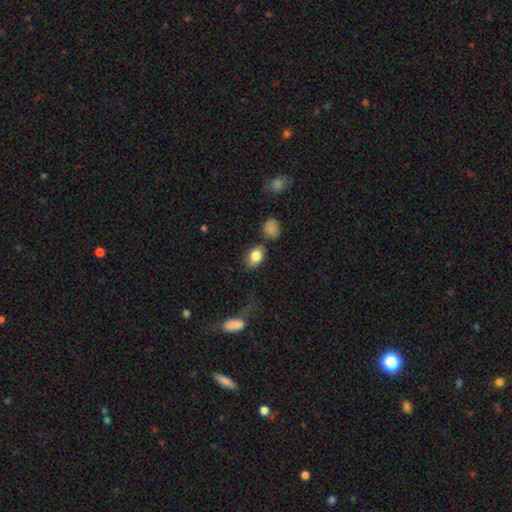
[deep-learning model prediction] smooth_or_featured: smooth (p=0.82) [alt: featured or disk p=0.10]
how_rounded: in between (p=0.83) [alt: round p=0.15]
merging: none (p=0.77) [alt: minor disturbance p=0.14]